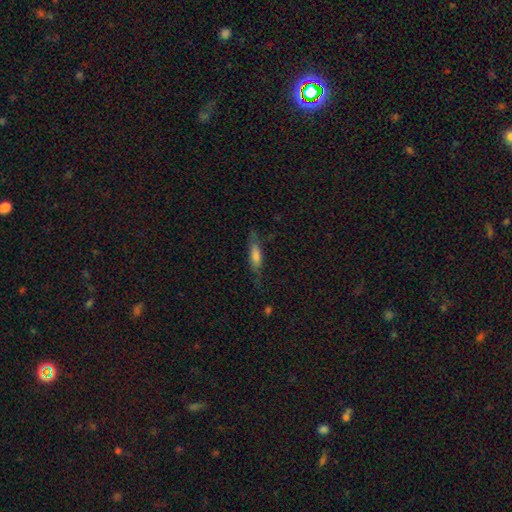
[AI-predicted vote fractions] smooth-or-featured: smooth: 62% | featured or disk: 30% | star or artifact: 8%
  how-rounded: cigar-shaped: 61% | in between: 37% | round: 2%
  merging: none: 67% | minor disturbance: 23% | major disturbance: 9% | merger: 2%